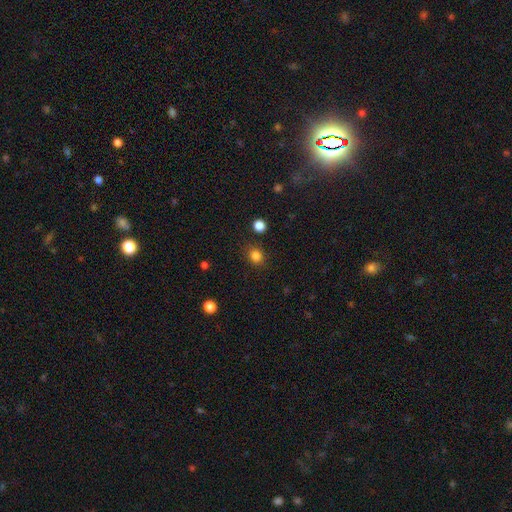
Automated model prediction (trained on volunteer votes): The model was most divided on "how rounded": round: 76%, in between: 23%, cigar-shaped: 1%. More confident: merging — none (86%); smooth or featured — smooth (82%).